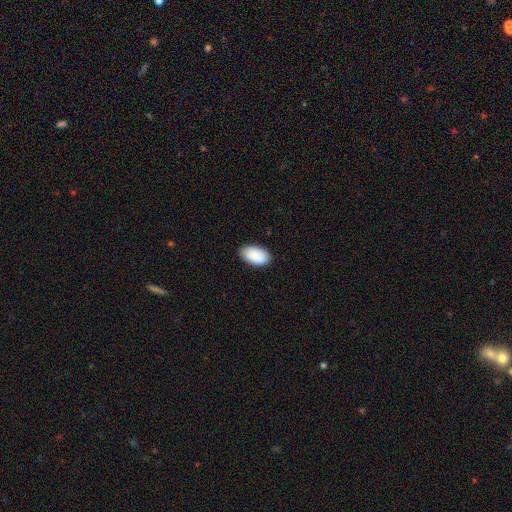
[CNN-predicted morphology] The model was most divided on "merging": none: 82%, minor disturbance: 15%, major disturbance: 2%, merger: 1%. More confident: how rounded — in between (95%); smooth or featured — smooth (89%).